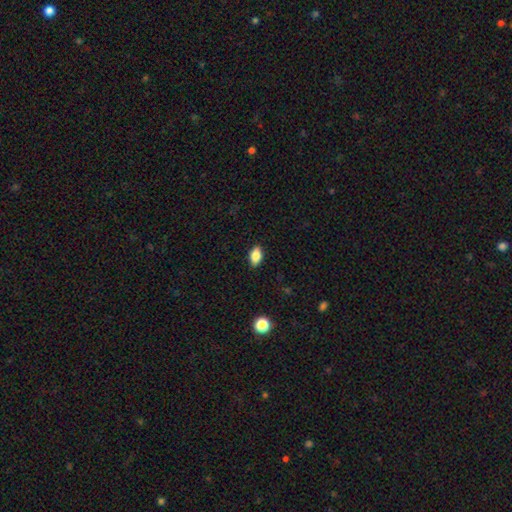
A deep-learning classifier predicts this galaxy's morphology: Smooth or featured: smooth — 84% (star or artifact — 8%)
How rounded: in between — 89% (round — 8%)
Merging: none — 88% (minor disturbance — 9%)